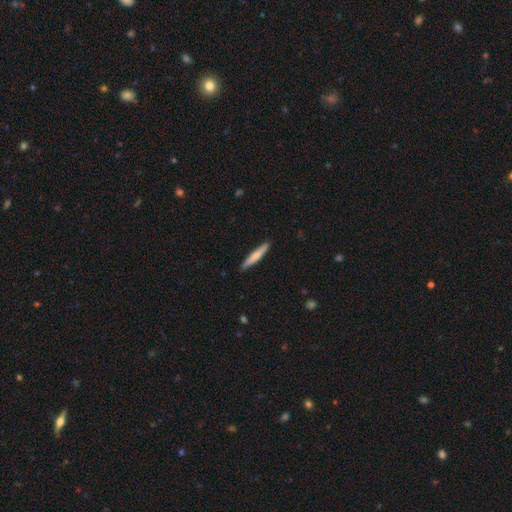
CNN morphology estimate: Smooth or featured? smooth (63%)
How rounded? cigar-shaped (93%)
Merging? none (88%)